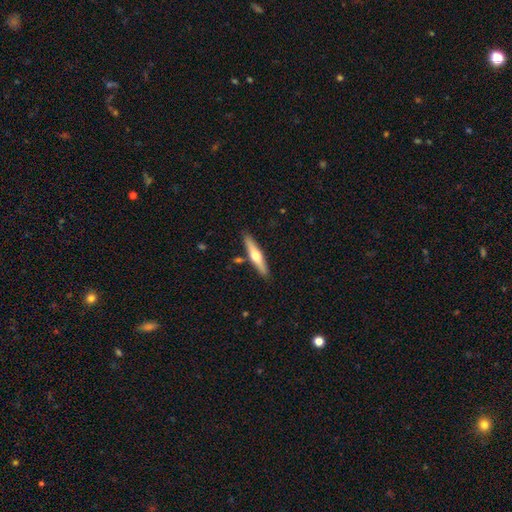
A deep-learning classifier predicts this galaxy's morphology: Q: Smooth or featured?
A: featured or disk (54%); runner-up: smooth (41%)
Q: Edge-on disk?
A: yes (95%); runner-up: no (5%)
Q: Edge-on bulge?
A: rounded (93%); runner-up: none (5%)
Q: Merging?
A: none (86%); runner-up: minor disturbance (9%)